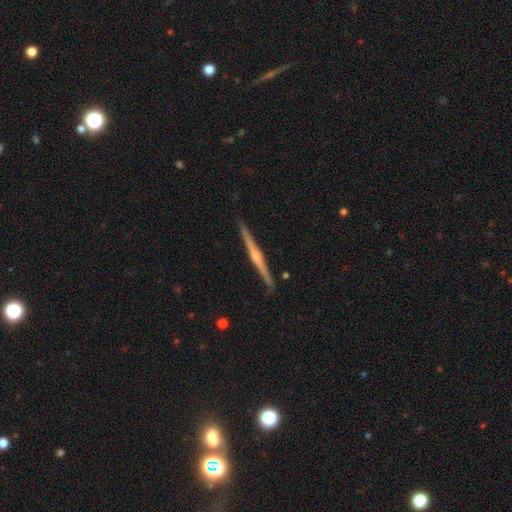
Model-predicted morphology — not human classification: featured or disk 81%, smooth 14%, star or artifact 5%. Down the decision tree: edge-on disk — yes (99%); edge-on bulge — rounded (74%); merging — none (92%).